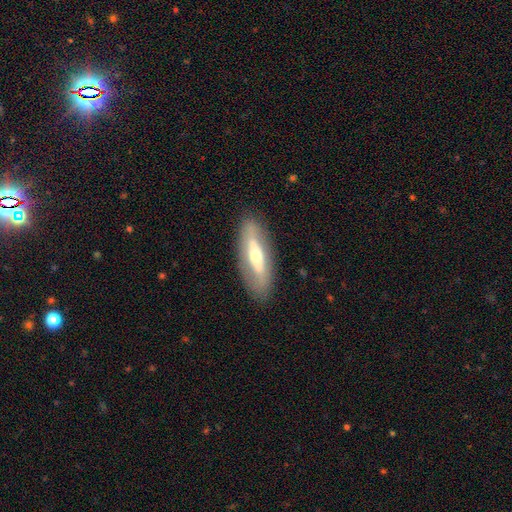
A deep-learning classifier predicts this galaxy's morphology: featured or disk 58%, smooth 36%, star or artifact 6%. Down the decision tree: edge-on disk — no (59%); merging — none (85%).